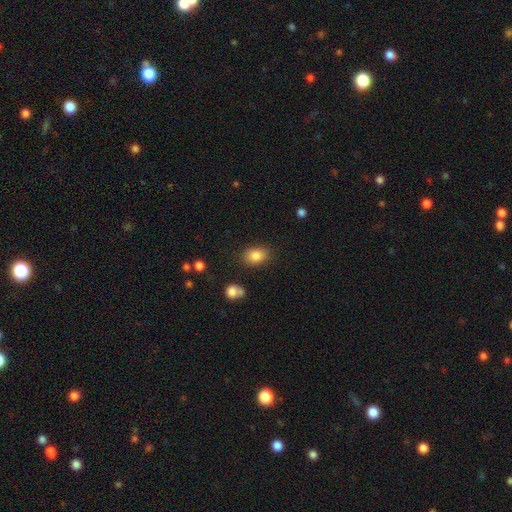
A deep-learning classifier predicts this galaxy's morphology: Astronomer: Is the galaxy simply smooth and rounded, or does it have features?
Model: smooth — 84%.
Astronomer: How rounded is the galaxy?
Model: in between — 76%.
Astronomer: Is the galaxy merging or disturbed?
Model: none — 82%.